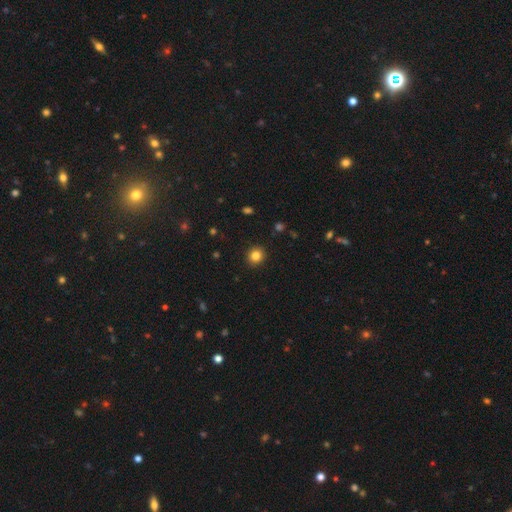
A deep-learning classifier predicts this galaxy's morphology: This is clearly a smooth galaxy (83%). How rounded: clearly round (87%). Merging: clearly none (92%).